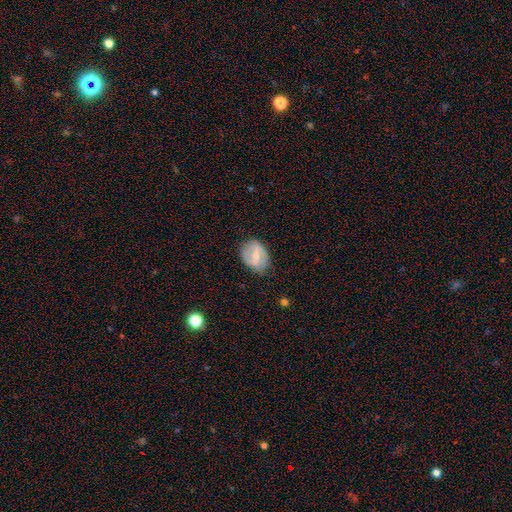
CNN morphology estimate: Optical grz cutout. It shows a featured or disk galaxy (52%) with a weak bar (48%), spiral arms (51%) and a moderate central bulge (51%). Merging: none (72%).